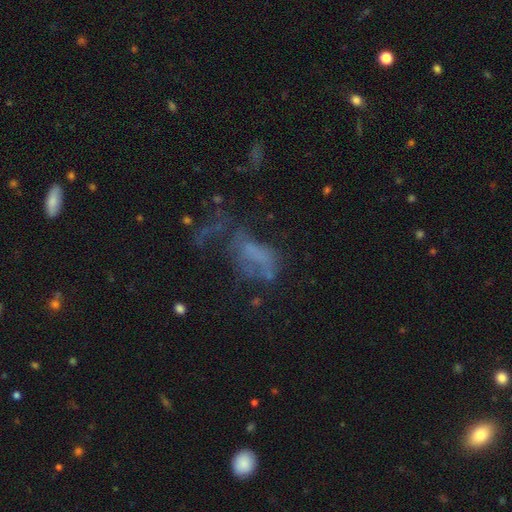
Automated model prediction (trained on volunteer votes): Overall: featured or disk (41%; smooth 33%). Merging: major disturbance (48%; none 24%).